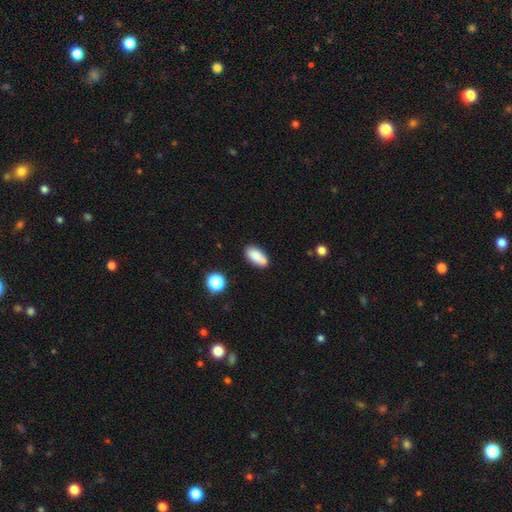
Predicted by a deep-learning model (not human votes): smooth_or_featured: smooth (p=0.81) [alt: featured or disk p=0.10]
how_rounded: in between (p=0.89) [alt: cigar-shaped p=0.07]
merging: none (p=0.63) [alt: merger p=0.17]